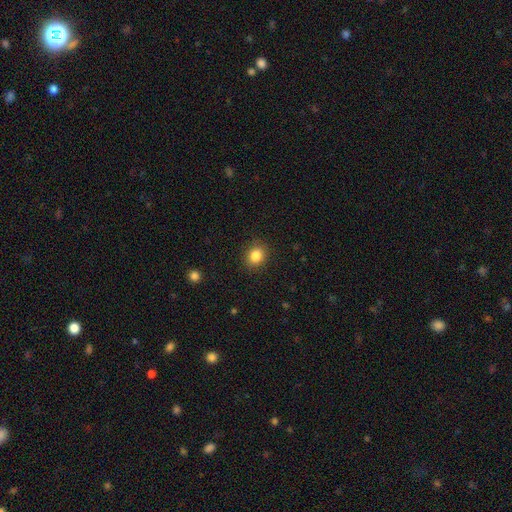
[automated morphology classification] Smooth or featured?
  - smooth: 85% *
  - star or artifact: 10%
  - featured or disk: 5%
How rounded?
  - round: 63% *
  - in between: 36%
  - cigar-shaped: 1%
Merging?
  - none: 88% *
  - minor disturbance: 8%
  - major disturbance: 3%
  - merger: 1%